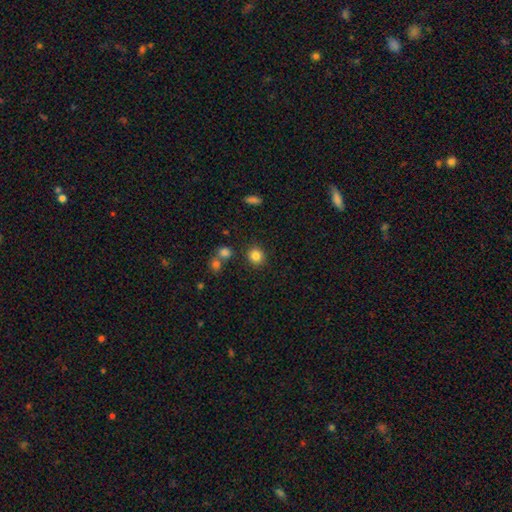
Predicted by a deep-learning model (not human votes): This is clearly a smooth galaxy (83%). How rounded: clearly round (89%). Merging: clearly none (85%).